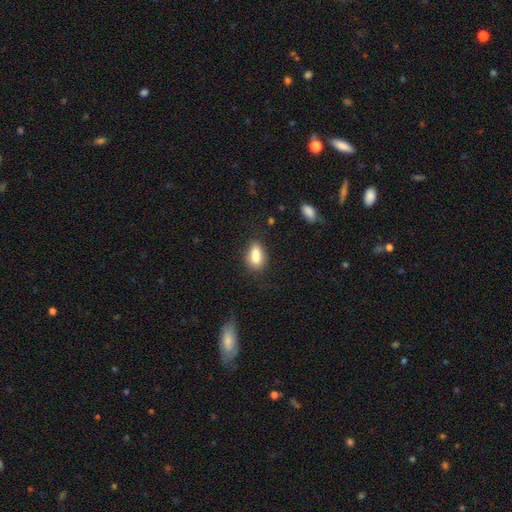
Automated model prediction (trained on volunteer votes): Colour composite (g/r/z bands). It shows a smooth galaxy with no disk features (77%) that is in between round and cigar-shaped (80%). Merging: none (47%).